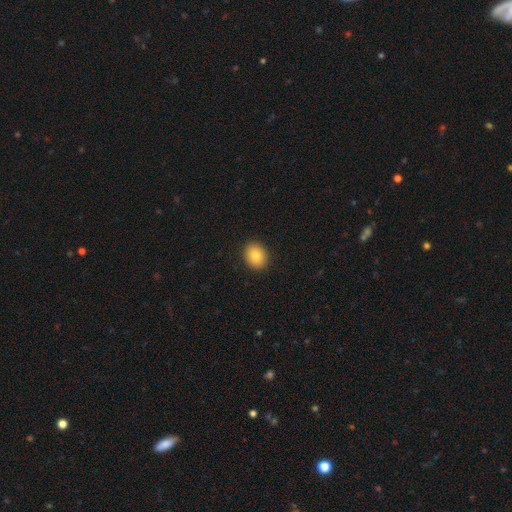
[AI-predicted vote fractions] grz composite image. It shows a smooth galaxy with no disk features (83%) that is round (53%). Merging: none (91%).